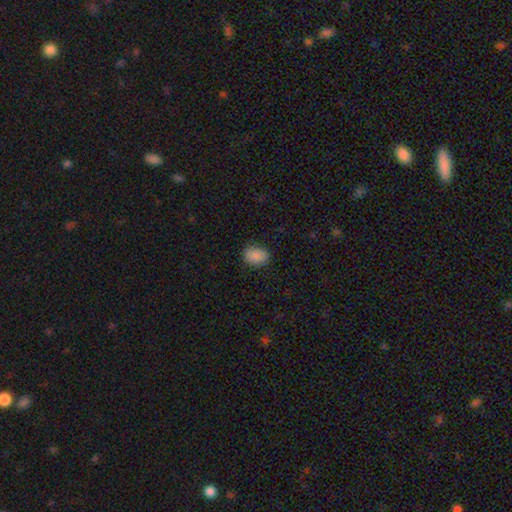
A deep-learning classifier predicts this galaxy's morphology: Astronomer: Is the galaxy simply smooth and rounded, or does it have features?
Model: smooth — 86%.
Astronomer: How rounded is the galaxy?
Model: in between — 65%.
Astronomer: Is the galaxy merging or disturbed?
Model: none — 81%.